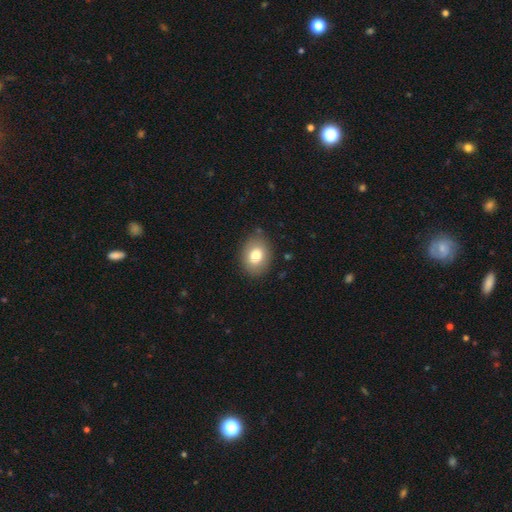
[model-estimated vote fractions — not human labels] Smooth or featured? smooth (78%)
How rounded? in between (61%)
Merging? none (85%)